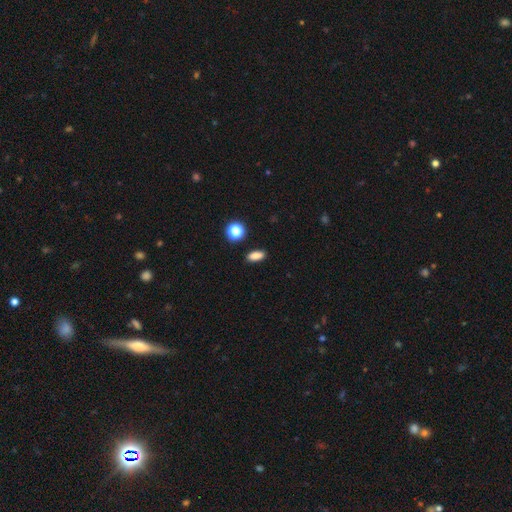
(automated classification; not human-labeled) Smooth or featured?
  - smooth: 83% *
  - star or artifact: 11%
  - featured or disk: 6%
How rounded?
  - in between: 75% *
  - cigar-shaped: 16%
  - round: 9%
Merging?
  - none: 88% *
  - minor disturbance: 8%
  - merger: 2%
  - major disturbance: 2%